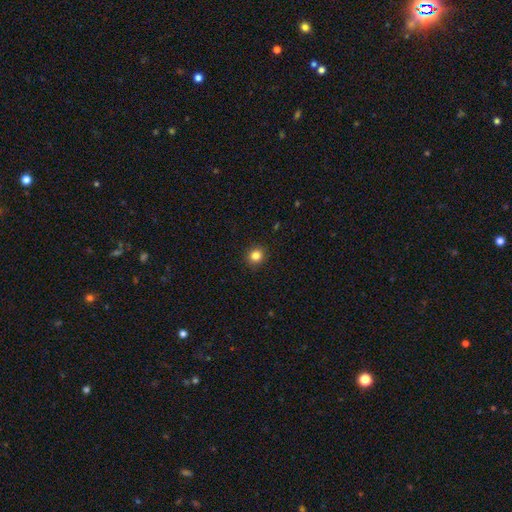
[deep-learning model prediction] A smooth galaxy with no disk features (83%) that is round (90%).

Vote fractions:
- Smooth or featured? smooth: 83% / star or artifact: 12% / featured or disk: 5%
- How rounded? round: 90% / in between: 9% / cigar-shaped: 1%
- Merging? none: 92% / minor disturbance: 6% / major disturbance: 2% / merger: 1%